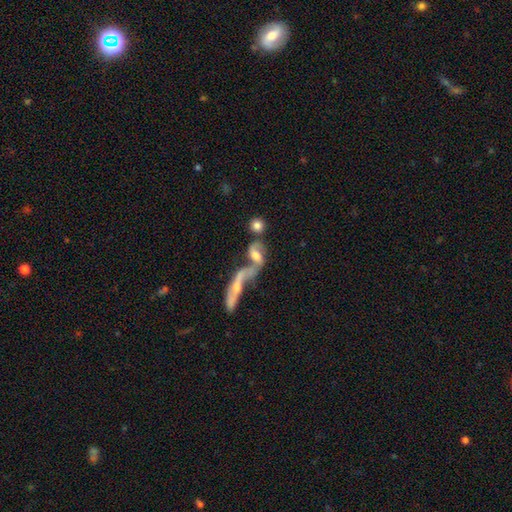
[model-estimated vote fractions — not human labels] featured or disk 48%, smooth 41%, star or artifact 11%. Down the decision tree: merging — merger (63%).